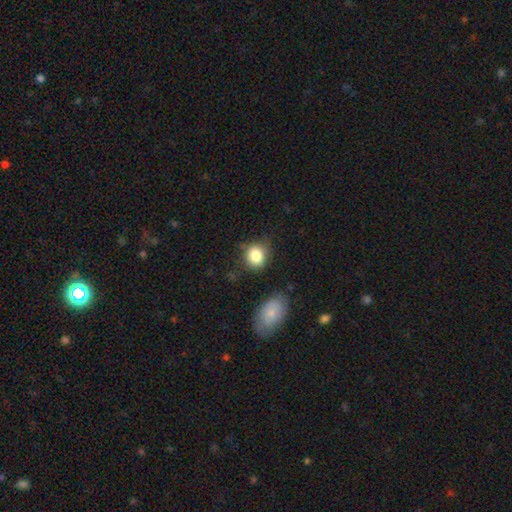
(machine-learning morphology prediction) This is clearly a smooth galaxy (85%). How rounded: likely round (68%). Merging: likely none (70%).